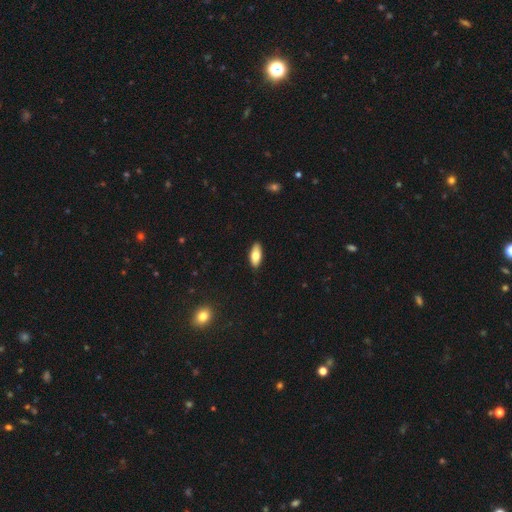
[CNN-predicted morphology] Smooth or featured? smooth (75%)
How rounded? in between (83%)
Merging? none (88%)